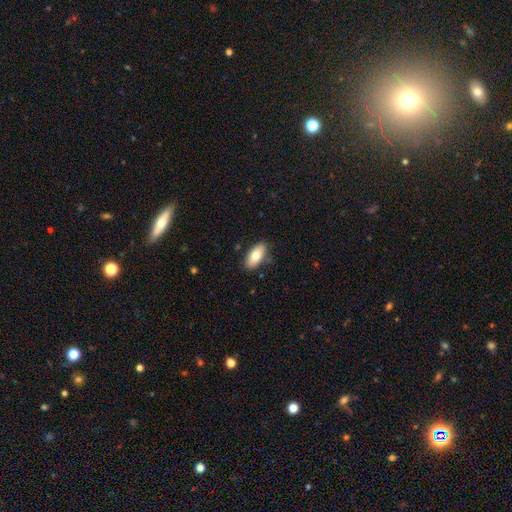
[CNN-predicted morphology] Smooth or featured? Predicted: smooth (p=0.78). How rounded? Predicted: in between (p=0.89). Merging? Predicted: none (p=0.84).